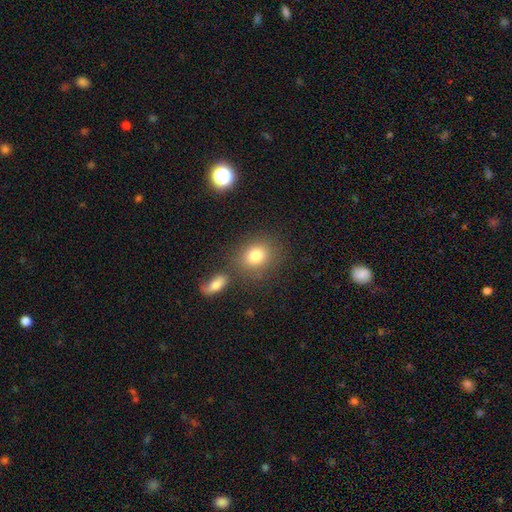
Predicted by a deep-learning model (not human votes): A smooth galaxy with no disk features (81%) that is round (61%).

Vote fractions:
- Smooth or featured? smooth: 81% / star or artifact: 10% / featured or disk: 9%
- How rounded? round: 61% / in between: 38% / cigar-shaped: 1%
- Merging? none: 70% / merger: 14% / minor disturbance: 11% / major disturbance: 4%